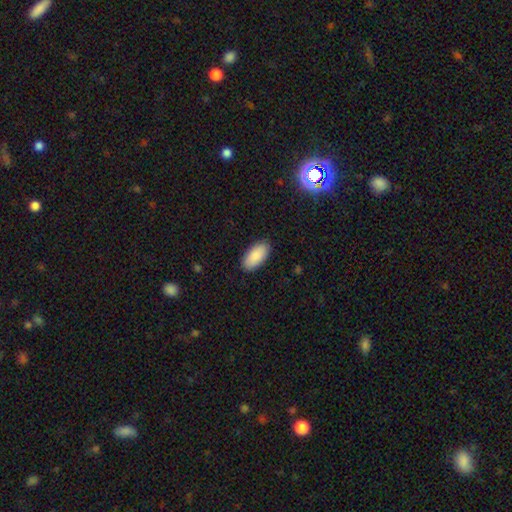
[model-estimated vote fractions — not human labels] smooth-or-featured: smooth: 90% | star or artifact: 6% | featured or disk: 4%
  how-rounded: in between: 94% | cigar-shaped: 4% | round: 2%
  merging: none: 89% | minor disturbance: 8% | major disturbance: 2% | merger: 1%